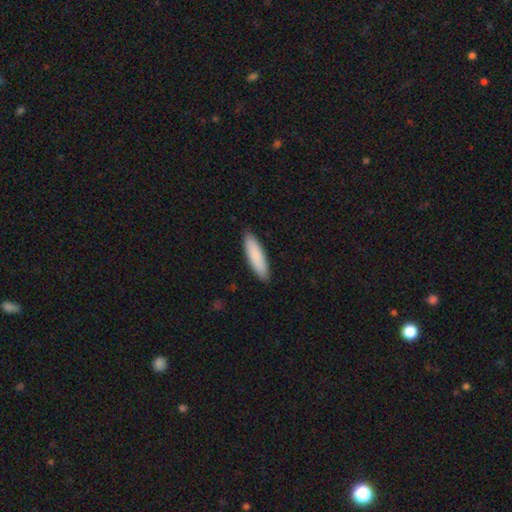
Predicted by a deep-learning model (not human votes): Overall: smooth (88%). How rounded: cigar-shaped (65%; in between 33%). Merging: none (90%).